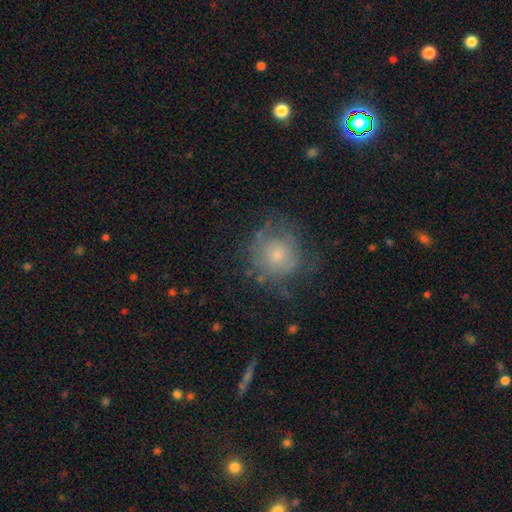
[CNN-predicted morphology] smooth-or-featured: featured or disk: 42% | smooth: 33% | star or artifact: 25%
  merging: none: 72% | minor disturbance: 16% | major disturbance: 11% | merger: 2%